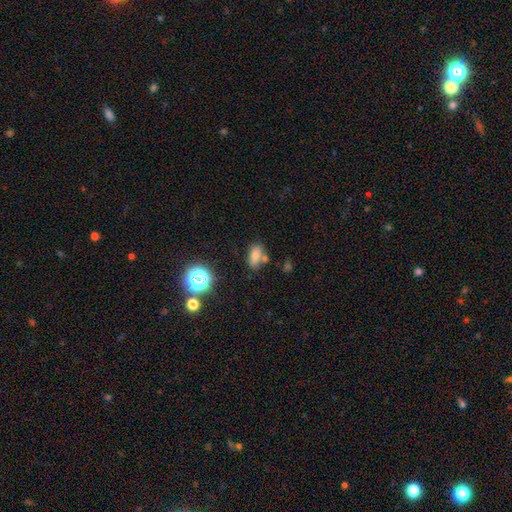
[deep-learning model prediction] Morphology: type=smooth (73%); roundness=in between (84%); merging=none (61%).